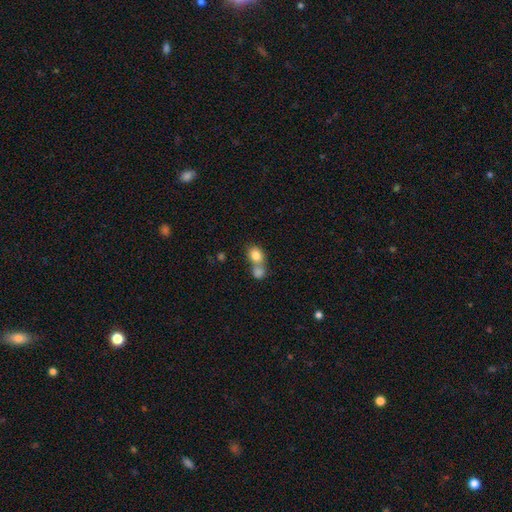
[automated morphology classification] smooth 80%, featured or disk 10%, star or artifact 10%. Down the decision tree: how rounded — round (63%); merging — merger (60%).